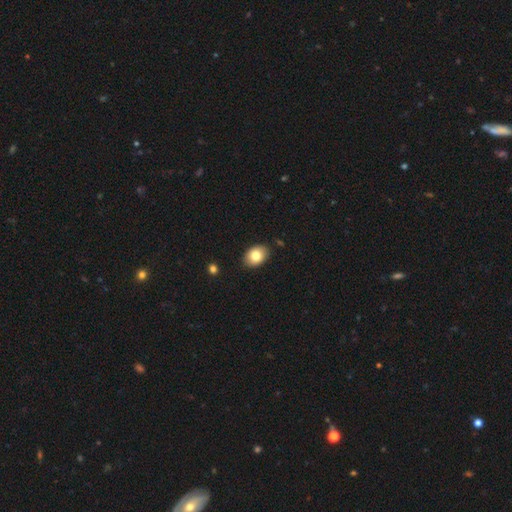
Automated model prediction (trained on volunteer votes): A smooth galaxy with no disk features (80%) that is in between round and cigar-shaped (79%).

Vote fractions:
- Smooth or featured? smooth: 80% / featured or disk: 12% / star or artifact: 8%
- How rounded? in between: 79% / round: 20% / cigar-shaped: 1%
- Merging? none: 87% / minor disturbance: 10% / major disturbance: 2% / merger: 1%